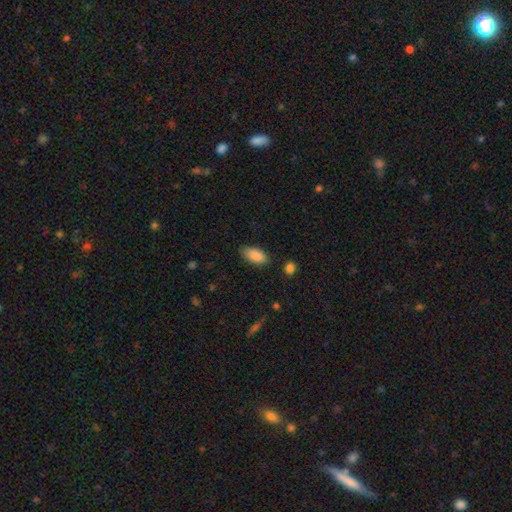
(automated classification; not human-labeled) smooth-or-featured: smooth: 88% | star or artifact: 7% | featured or disk: 6%
  how-rounded: in between: 91% | cigar-shaped: 7% | round: 2%
  merging: none: 80% | minor disturbance: 15% | major disturbance: 3% | merger: 2%